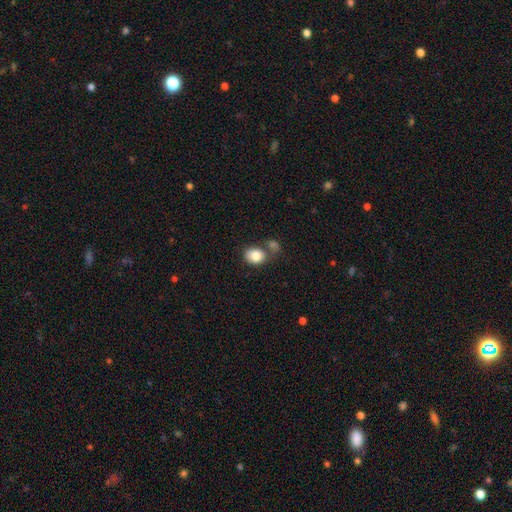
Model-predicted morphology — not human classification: A smooth galaxy with no disk features (82%) that is round (53%). Merging: none (52%).